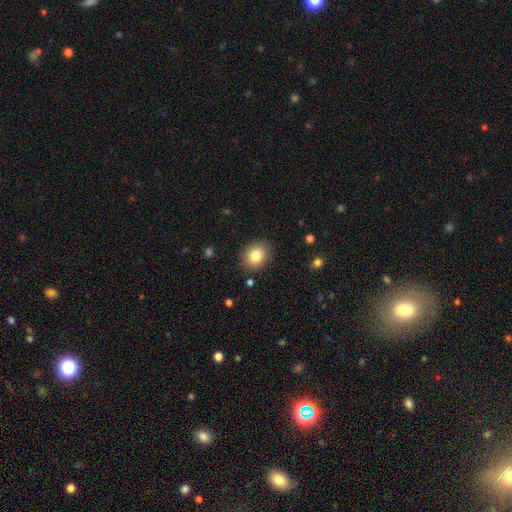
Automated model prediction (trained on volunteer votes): Smooth or featured?
  - smooth: 83% *
  - star or artifact: 9%
  - featured or disk: 8%
How rounded?
  - round: 52% *
  - in between: 47%
  - cigar-shaped: 1%
Merging?
  - none: 87% *
  - minor disturbance: 9%
  - major disturbance: 3%
  - merger: 1%